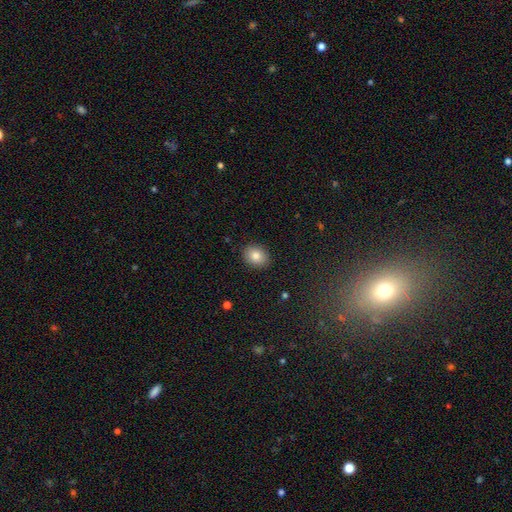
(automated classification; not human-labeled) Smooth or featured? Predicted: smooth (p=0.82). How rounded? Predicted: in between (p=0.51). Merging? Predicted: none (p=0.89).